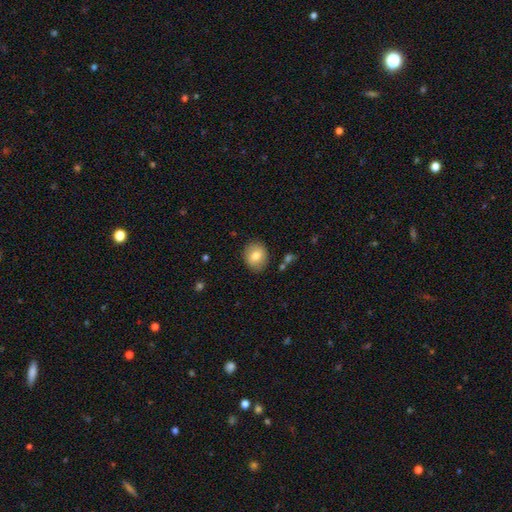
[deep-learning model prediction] Morphology: type=smooth (79%); roundness=round (66%); merging=none (86%).